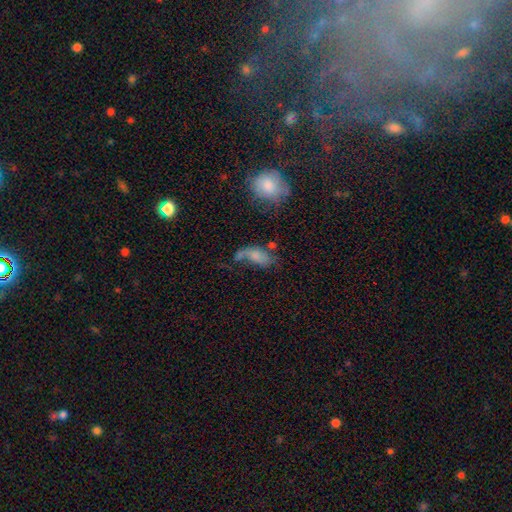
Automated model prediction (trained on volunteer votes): Morphology: type=smooth (58%); roundness=in between (81%); merging=major disturbance (33%).